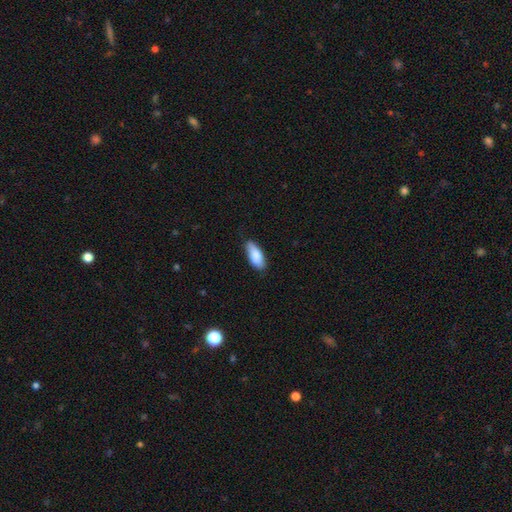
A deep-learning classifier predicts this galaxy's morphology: The model was most divided on "merging": none: 77%, minor disturbance: 19%, major disturbance: 3%, merger: 1%. More confident: smooth or featured — smooth (84%); how rounded — in between (78%).